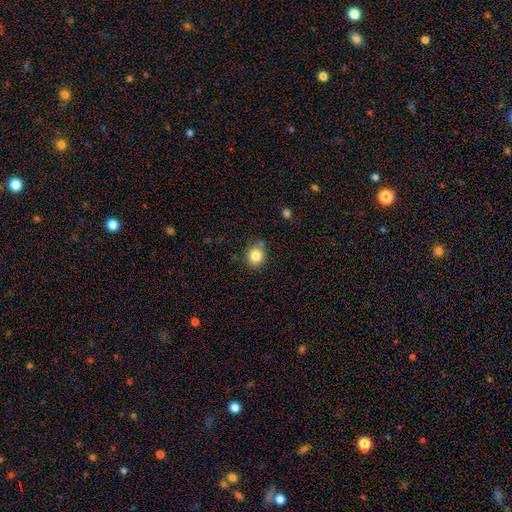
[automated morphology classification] smooth 83%, star or artifact 11%, featured or disk 6%. Down the decision tree: how rounded — round (83%); merging — none (76%).